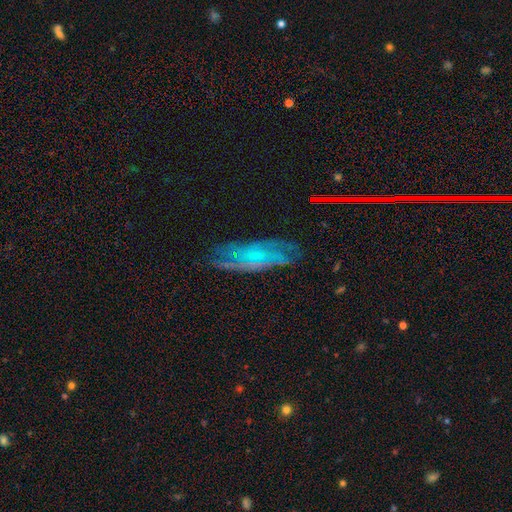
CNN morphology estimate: smooth_or_featured: featured or disk (p=0.65) [alt: smooth p=0.20]
disk_edge_on: no (p=0.86) [alt: yes p=0.14]
bar: no (p=0.56) [alt: weak p=0.32]
has_spiral_arms: yes (p=0.77) [alt: no p=0.23]
bulge_size: none (p=0.62) [alt: small p=0.24]
merging: none (p=0.67) [alt: minor disturbance p=0.21]